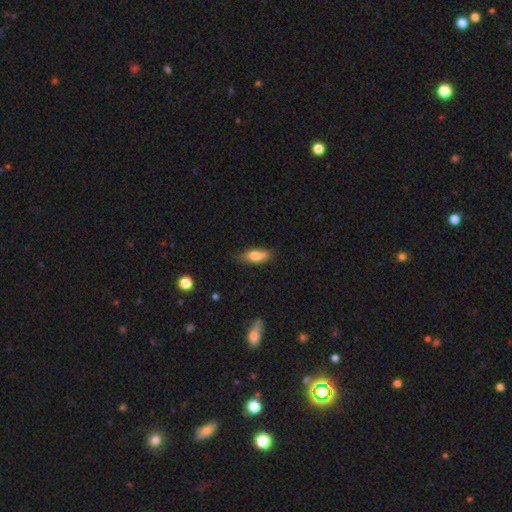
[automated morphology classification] Q: Smooth or featured?
A: smooth (75%); runner-up: featured or disk (17%)
Q: How rounded?
A: in between (76%); runner-up: cigar-shaped (21%)
Q: Merging?
A: none (58%); runner-up: minor disturbance (28%)